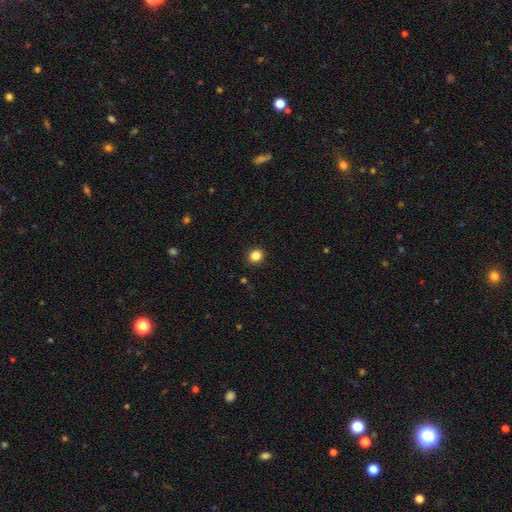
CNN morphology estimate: type=smooth (85%); roundness=round (84%); merging=none (92%).